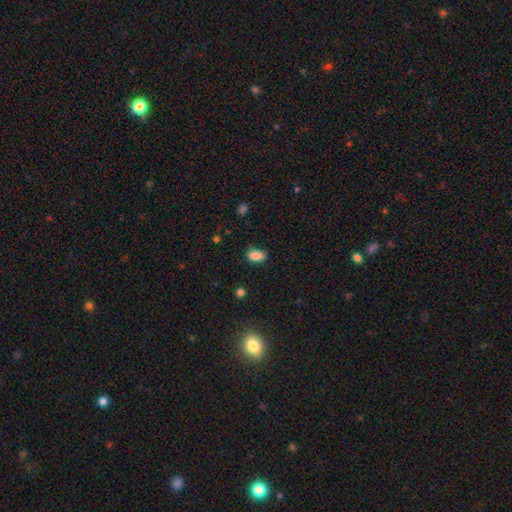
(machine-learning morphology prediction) A smooth galaxy with no disk features (87%) that is in between round and cigar-shaped (88%).

Vote fractions:
- Smooth or featured? smooth: 87% / star or artifact: 9% / featured or disk: 4%
- How rounded? in between: 88% / round: 10% / cigar-shaped: 2%
- Merging? none: 80% / minor disturbance: 16% / major disturbance: 3% / merger: 1%